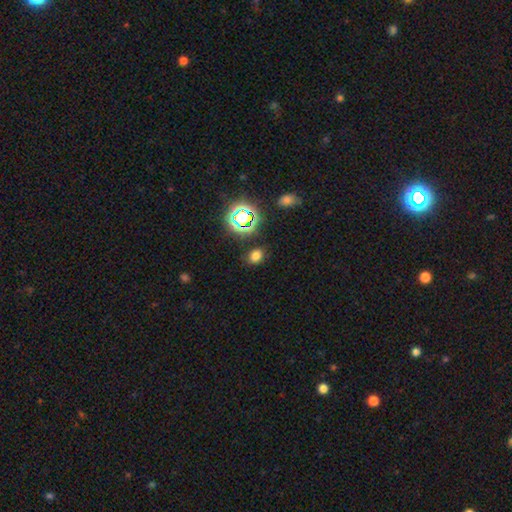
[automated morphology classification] The model was most divided on "how rounded": in between: 59%, round: 39%, cigar-shaped: 1%. More confident: merging — none (82%); smooth or featured — smooth (69%).